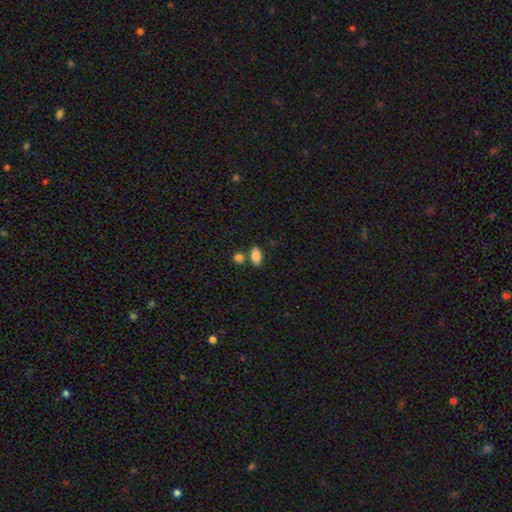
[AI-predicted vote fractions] This appears to be a smooth galaxy with no disk features (85%) that is in between round and cigar-shaped (88%). Merging: none (68%).